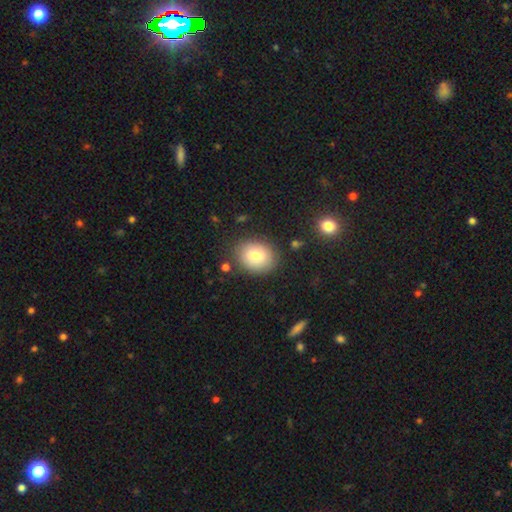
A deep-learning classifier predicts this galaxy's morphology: The model was most divided on "how rounded": in between: 60%, round: 39%, cigar-shaped: 1%. More confident: merging — none (83%); smooth or featured — smooth (80%).